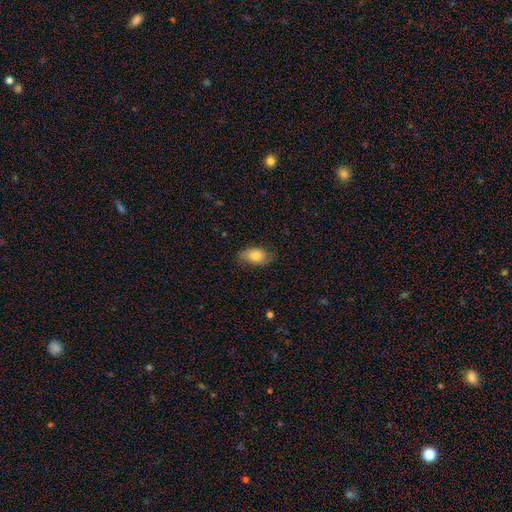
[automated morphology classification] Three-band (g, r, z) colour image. It shows a smooth galaxy with no disk features (75%) that is in between round and cigar-shaped (90%). Merging: none (73%).